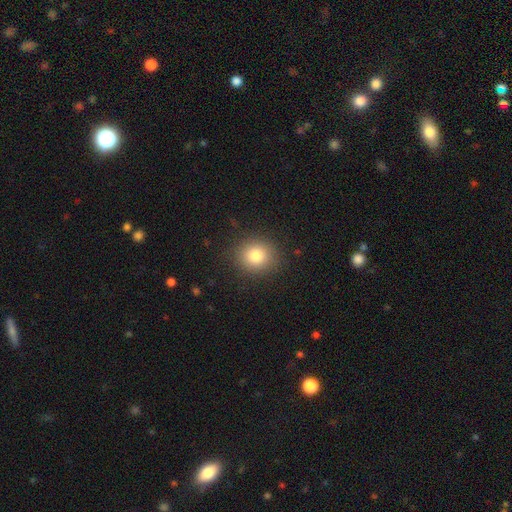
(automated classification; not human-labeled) Smooth or featured?
  - smooth: 80% *
  - star or artifact: 12%
  - featured or disk: 8%
How rounded?
  - round: 85% *
  - in between: 14%
  - cigar-shaped: 1%
Merging?
  - none: 89% *
  - minor disturbance: 7%
  - major disturbance: 3%
  - merger: 1%